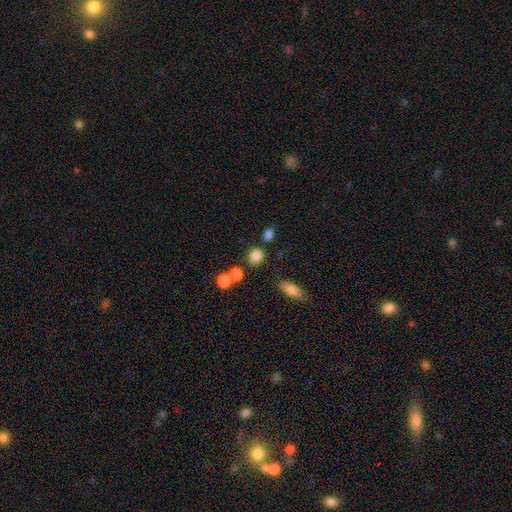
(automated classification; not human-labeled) The model was most divided on "how rounded": round: 76%, in between: 22%, cigar-shaped: 1%. More confident: smooth or featured — smooth (83%); merging — none (75%).